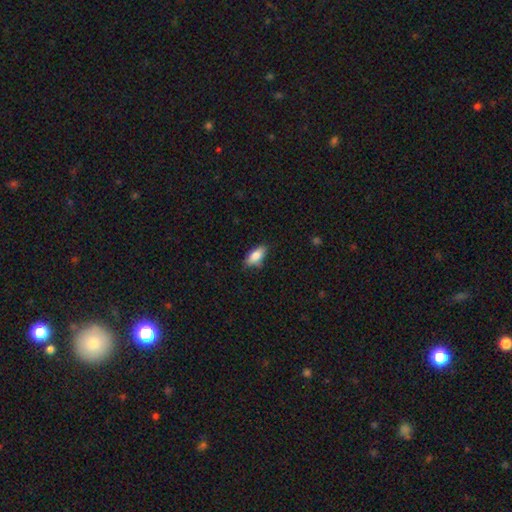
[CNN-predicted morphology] This appears to be a smooth galaxy with no disk features (83%) that is in between round and cigar-shaped (84%). Merging: none (77%).